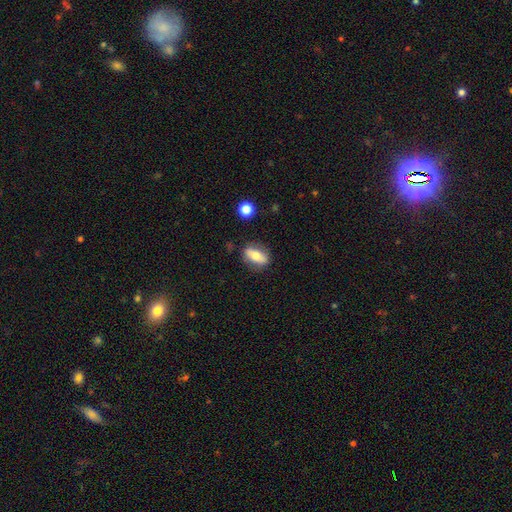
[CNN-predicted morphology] smooth-or-featured: smooth: 61% | featured or disk: 32% | star or artifact: 7%
  how-rounded: in between: 76% | cigar-shaped: 16% | round: 8%
  merging: none: 82% | minor disturbance: 13% | major disturbance: 4% | merger: 2%